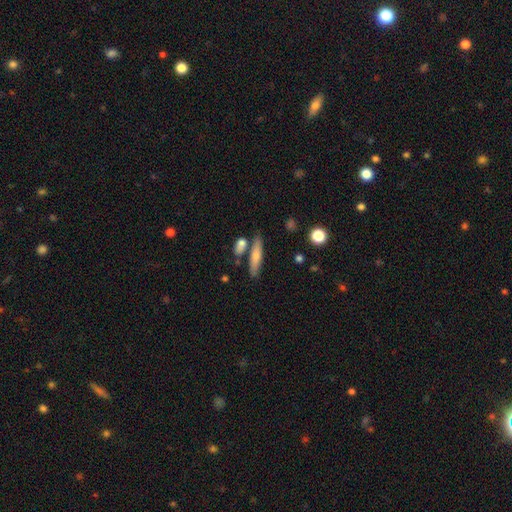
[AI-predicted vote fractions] Smooth or featured?
  - smooth: 70% *
  - featured or disk: 23%
  - star or artifact: 6%
How rounded?
  - cigar-shaped: 78% *
  - in between: 19%
  - round: 3%
Merging?
  - none: 74% *
  - merger: 12%
  - minor disturbance: 11%
  - major disturbance: 3%